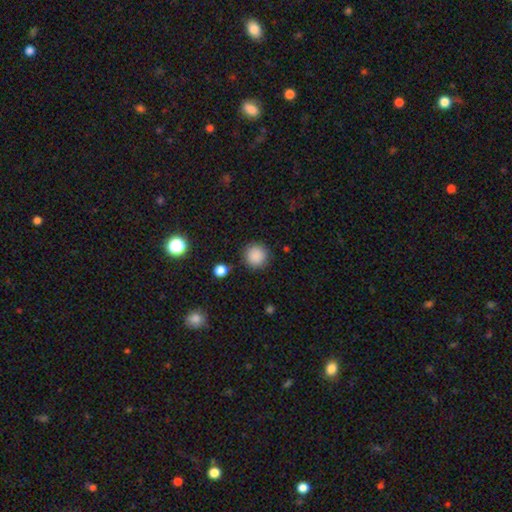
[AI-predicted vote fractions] This is clearly a smooth galaxy (87%). How rounded: clearly round (95%). Merging: clearly none (89%).